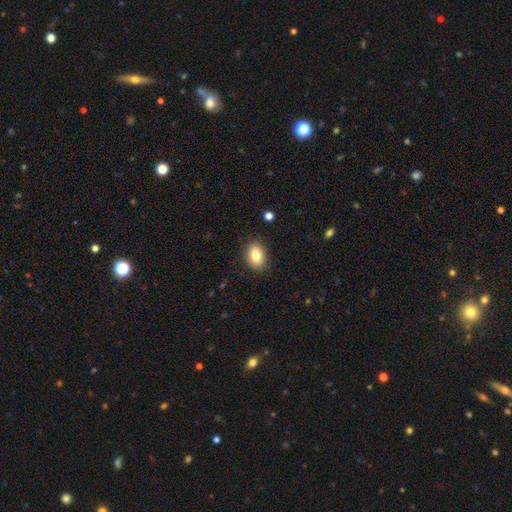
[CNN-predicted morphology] Smooth or featured? smooth (85%)
How rounded? in between (81%)
Merging? none (88%)